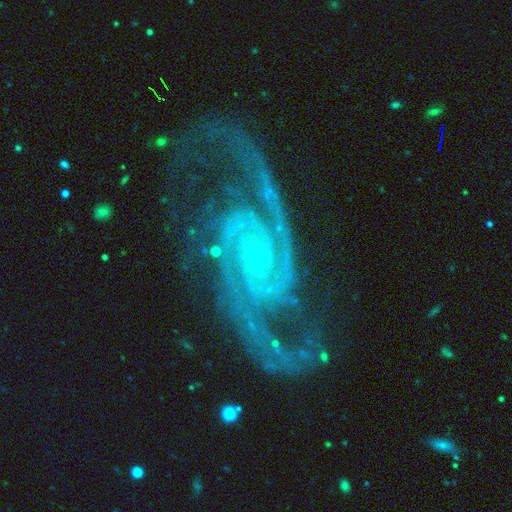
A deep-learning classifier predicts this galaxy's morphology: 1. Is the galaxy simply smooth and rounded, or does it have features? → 93% featured or disk, 5% star or artifact, 2% smooth.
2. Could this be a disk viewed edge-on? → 98% no, 2% yes.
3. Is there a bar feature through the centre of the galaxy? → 71% no, 20% weak, 9% strong.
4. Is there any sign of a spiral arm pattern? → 99% yes, 1% no.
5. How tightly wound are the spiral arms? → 52% medium, 36% tight, 12% loose.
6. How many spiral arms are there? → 87% 2, 4% 3, 3% can't tell, 2% 4, 2% 1, 2% more than 4.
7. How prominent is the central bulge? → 87% small, 5% moderate, 5% none, 1% large, 1% dominant.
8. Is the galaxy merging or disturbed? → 69% none, 16% minor disturbance, 12% major disturbance, 2% merger.